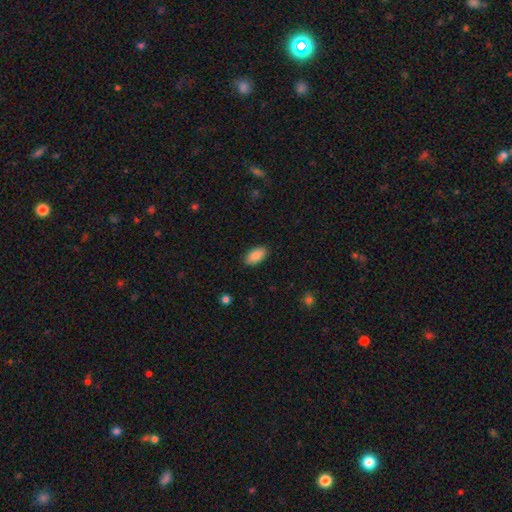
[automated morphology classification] This appears to be a smooth galaxy with no disk features (88%) that is in between round and cigar-shaped (94%). Merging: none (88%).